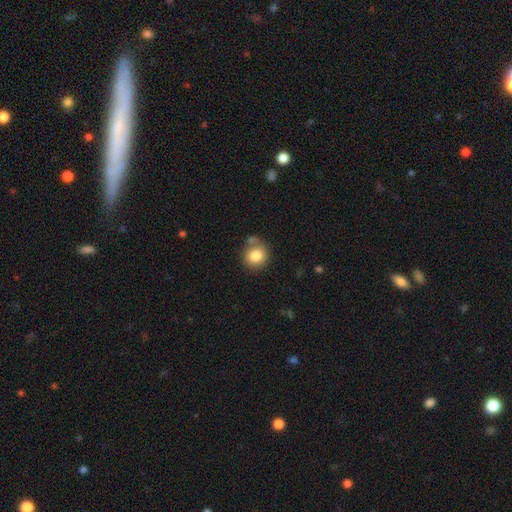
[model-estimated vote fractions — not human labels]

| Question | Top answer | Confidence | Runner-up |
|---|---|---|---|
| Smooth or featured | smooth | 82% | star or artifact (9%) |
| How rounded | round | 85% | in between (14%) |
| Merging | none | 66% | merger (15%) |